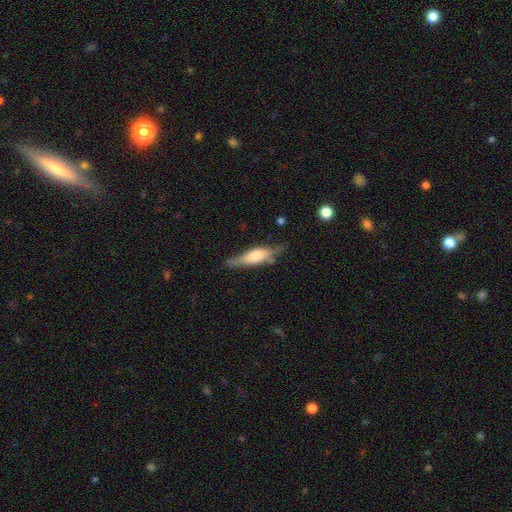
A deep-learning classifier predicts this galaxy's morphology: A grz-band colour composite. It shows a smooth galaxy with no disk features (49%). Merging: none (64%).